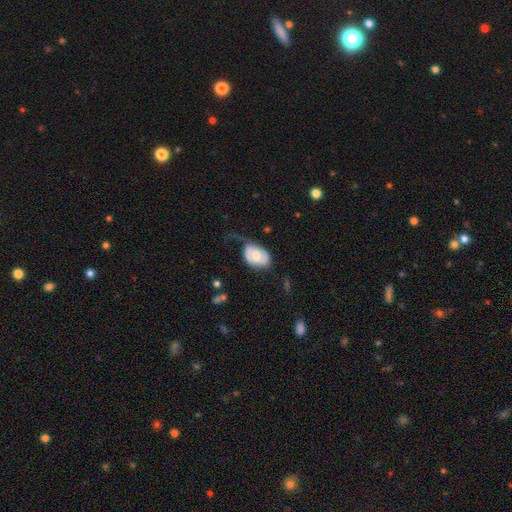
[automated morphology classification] Overall: featured or disk (58%; smooth 35%). Edge-on disk: no (96%). Bar: no (50%; weak 40%). Spiral arms: yes (80%). Bulge size: moderate (57%; small 19%). Merging: major disturbance (35%; minor disturbance 31%).